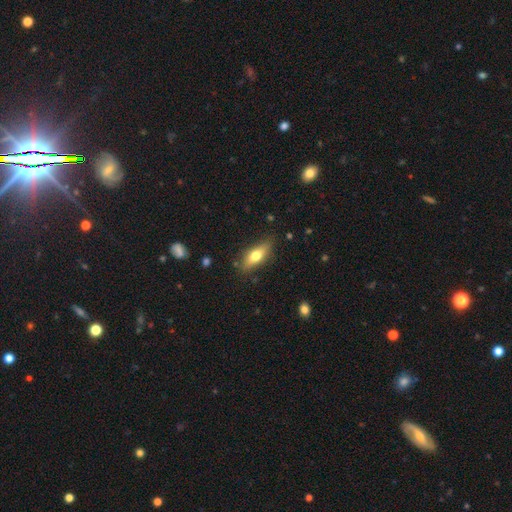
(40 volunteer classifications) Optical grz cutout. It shows a smooth galaxy with no disk features (65%) that is in between round and cigar-shaped (65%). Merging: none (78%).